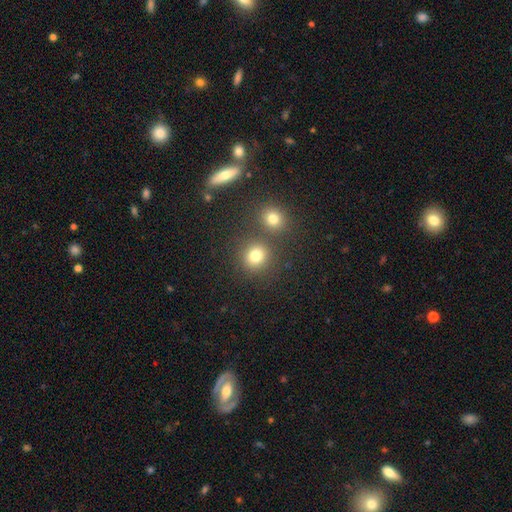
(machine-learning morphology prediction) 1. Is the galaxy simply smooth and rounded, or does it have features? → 77% smooth, 16% star or artifact, 6% featured or disk.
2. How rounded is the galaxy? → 87% round, 12% in between, 1% cigar-shaped.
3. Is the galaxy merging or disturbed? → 75% none, 15% merger, 7% minor disturbance, 3% major disturbance.